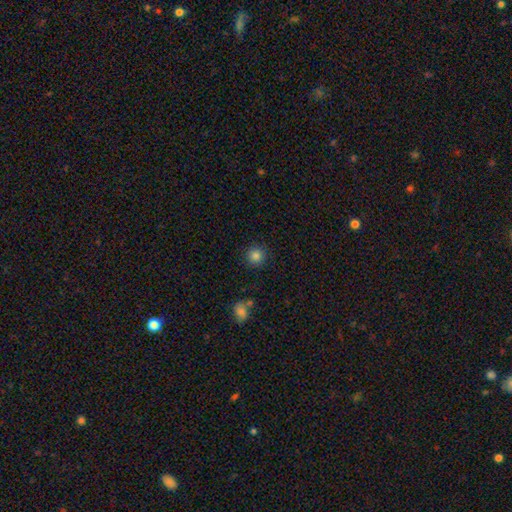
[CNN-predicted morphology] Smooth or featured? smooth (84%)
How rounded? round (93%)
Merging? none (88%)